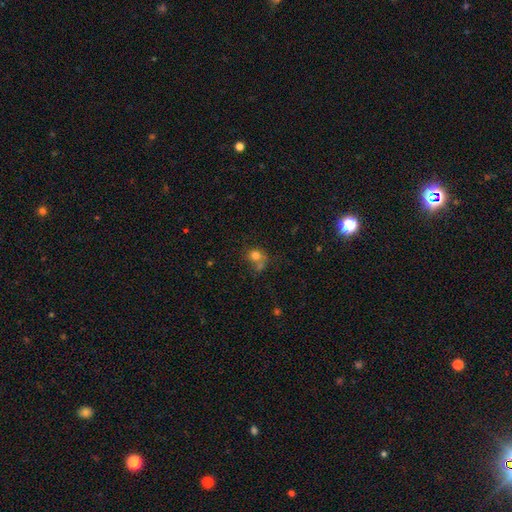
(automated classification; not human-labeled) A smooth galaxy with no disk features (75%) that is round (77%).

Vote fractions:
- Smooth or featured? smooth: 75% / star or artifact: 14% / featured or disk: 11%
- How rounded? round: 77% / in between: 22% / cigar-shaped: 1%
- Merging? none: 46% / merger: 29% / minor disturbance: 16% / major disturbance: 9%